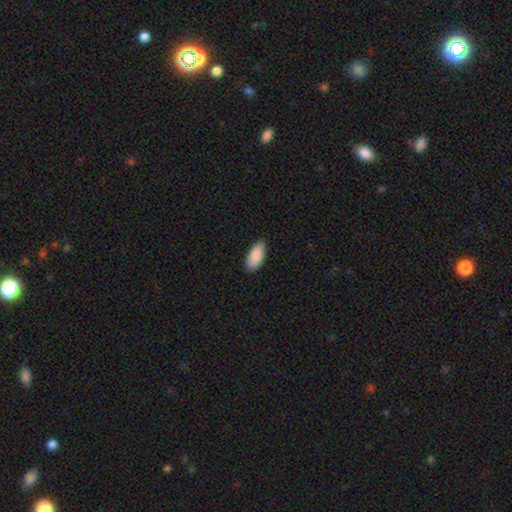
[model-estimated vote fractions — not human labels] This appears to be a smooth galaxy with no disk features (90%) that is in between round and cigar-shaped (88%). Merging: none (87%).